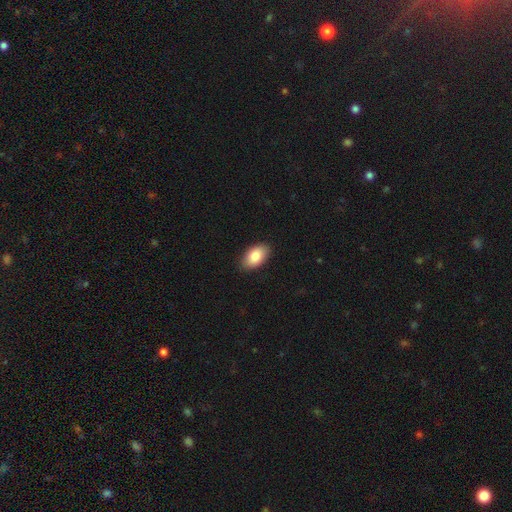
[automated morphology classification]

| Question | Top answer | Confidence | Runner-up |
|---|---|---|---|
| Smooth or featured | smooth | 86% | featured or disk (8%) |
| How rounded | in between | 94% | round (5%) |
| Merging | none | 88% | minor disturbance (9%) |